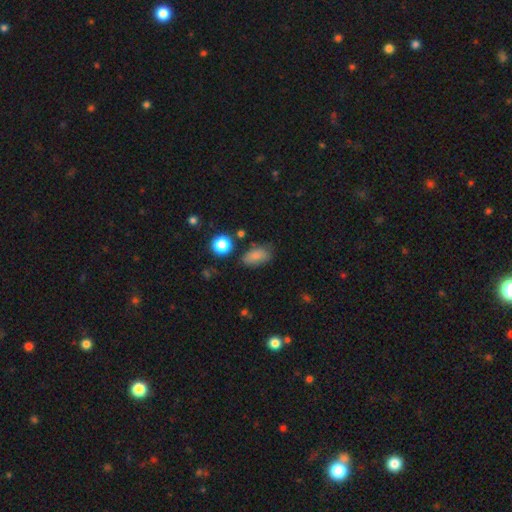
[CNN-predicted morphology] Smooth or featured? Predicted: smooth (p=0.81). How rounded? Predicted: in between (p=0.87). Merging? Predicted: none (p=0.67).